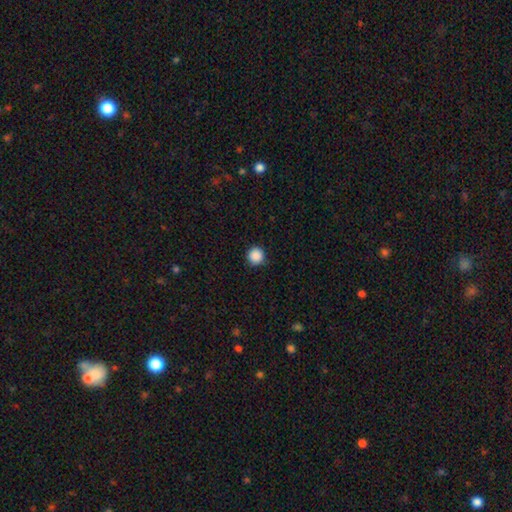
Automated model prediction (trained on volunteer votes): The model was most divided on "smooth or featured": smooth: 88%, star or artifact: 10%, featured or disk: 2%. More confident: how rounded — round (96%); merging — none (91%).